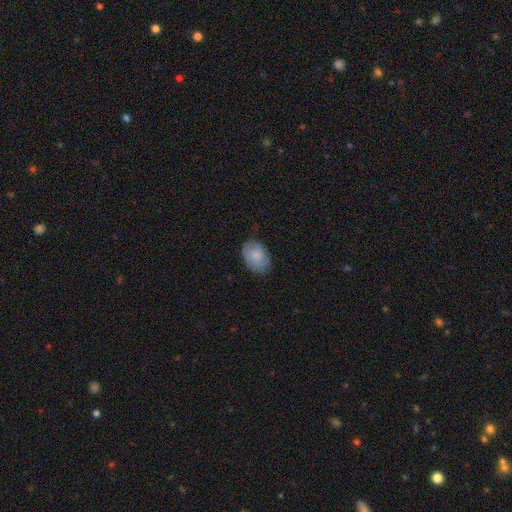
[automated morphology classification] smooth 81%, featured or disk 13%, star or artifact 6%. Down the decision tree: how rounded — in between (84%); merging — none (77%).